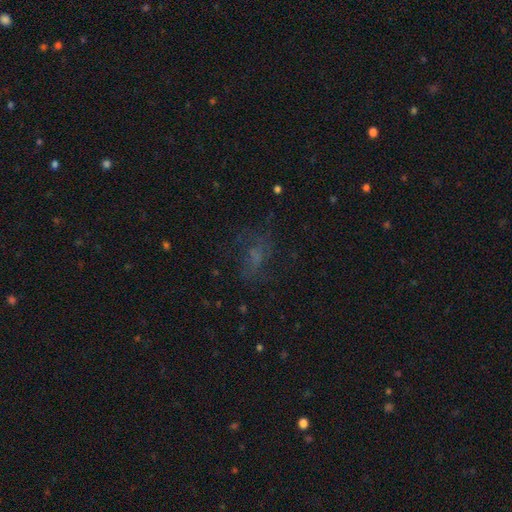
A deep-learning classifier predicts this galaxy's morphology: This is marginally a smooth galaxy (38%). Merging: possibly none (54%).